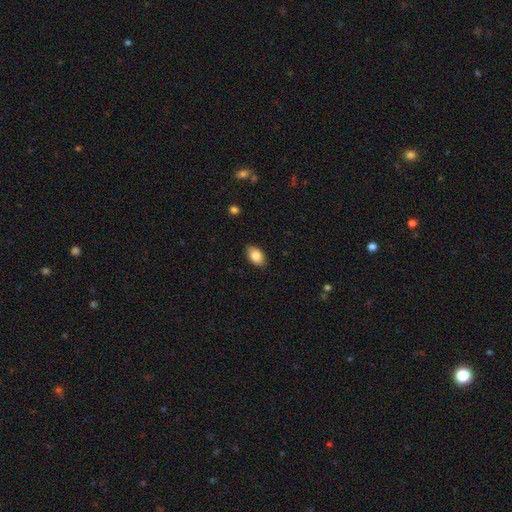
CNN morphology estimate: The model was most divided on "merging": none: 87%, minor disturbance: 10%, major disturbance: 2%, merger: 1%. More confident: how rounded — in between (90%); smooth or featured — smooth (85%).